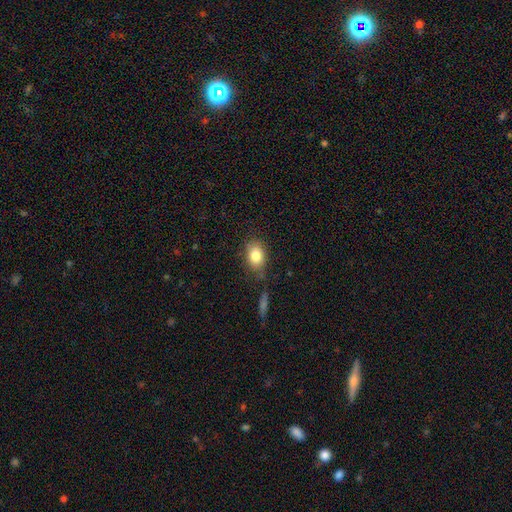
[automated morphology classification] This appears to be a smooth galaxy with no disk features (82%) that is in between round and cigar-shaped (74%). Merging: none (74%).